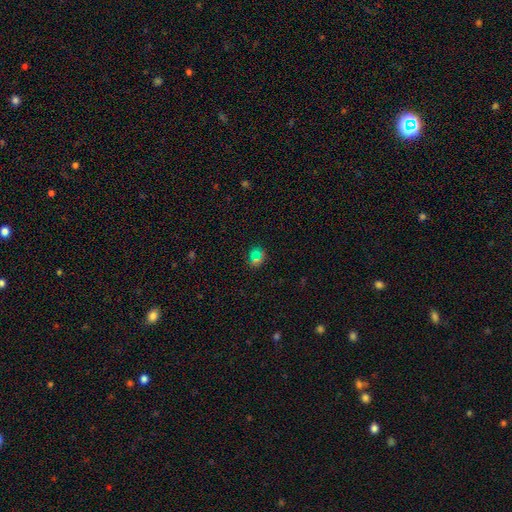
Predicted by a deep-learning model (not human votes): smooth_or_featured: smooth (p=0.57) [alt: star or artifact p=0.28]
how_rounded: round (p=0.78) [alt: in between p=0.20]
merging: none (p=0.65) [alt: merger p=0.18]